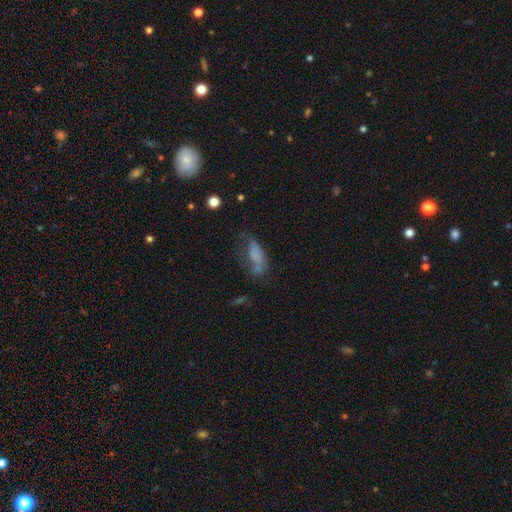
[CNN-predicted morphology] Smooth or featured?
  - smooth: 57% *
  - featured or disk: 30%
  - star or artifact: 14%
How rounded?
  - in between: 73% *
  - cigar-shaped: 24%
  - round: 4%
Merging?
  - none: 32% *
  - major disturbance: 31%
  - minor disturbance: 27%
  - merger: 9%